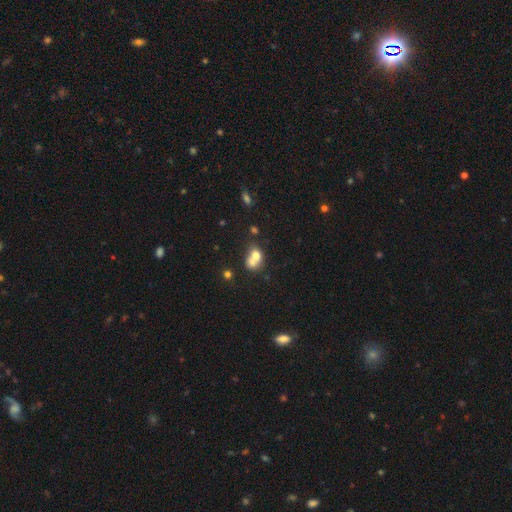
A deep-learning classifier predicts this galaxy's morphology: type=smooth (67%); roundness=round (52%); merging=merger (68%).